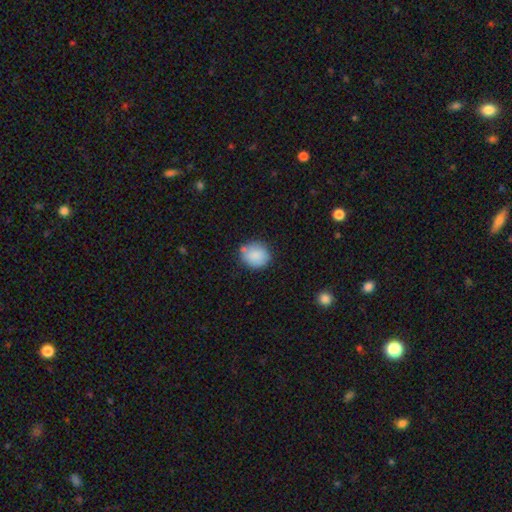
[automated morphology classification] Smooth or featured: smooth — 86% (star or artifact — 7%)
How rounded: round — 79% (in between — 20%)
Merging: none — 74% (minor disturbance — 16%)